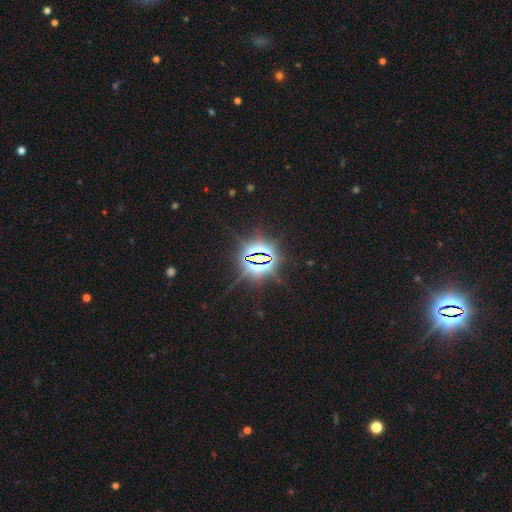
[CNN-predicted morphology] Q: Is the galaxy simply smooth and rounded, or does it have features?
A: star or artifact — 85%.